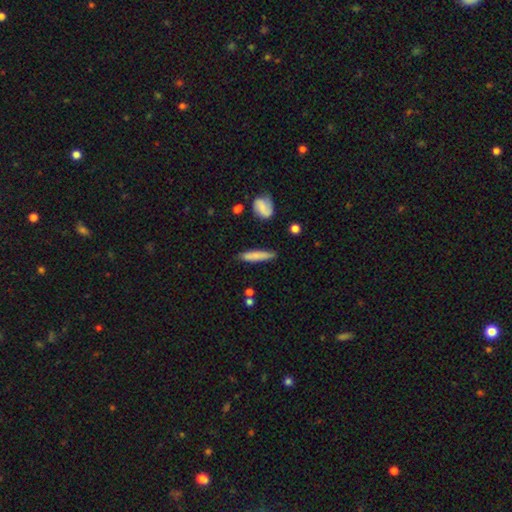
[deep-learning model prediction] A smooth galaxy with no disk features (75%) that is cigar-shaped (84%).

Vote fractions:
- Smooth or featured? smooth: 75% / featured or disk: 19% / star or artifact: 6%
- How rounded? cigar-shaped: 84% / in between: 14% / round: 2%
- Merging? none: 79% / minor disturbance: 15% / major disturbance: 3% / merger: 3%